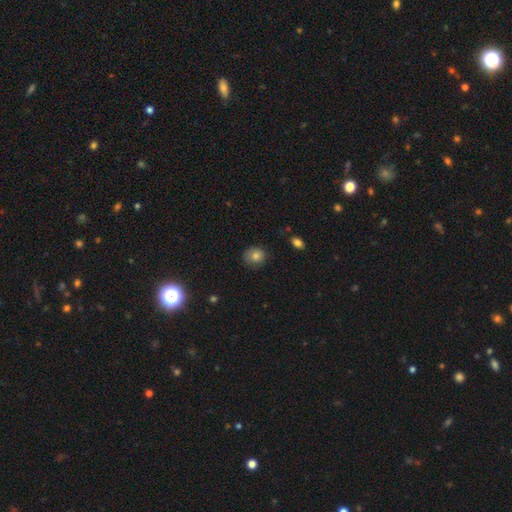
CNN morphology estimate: Smooth or featured? smooth (81%)
How rounded? round (75%)
Merging? none (75%)